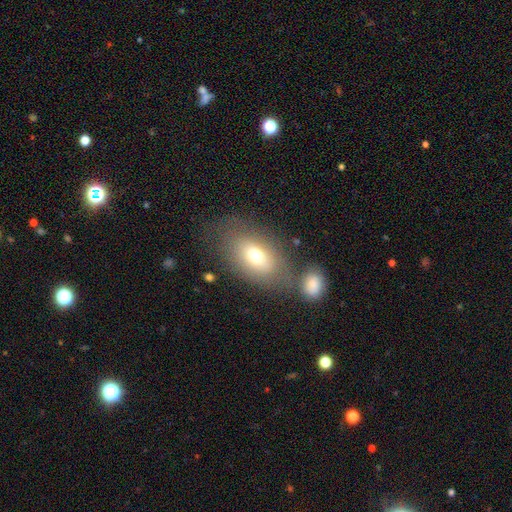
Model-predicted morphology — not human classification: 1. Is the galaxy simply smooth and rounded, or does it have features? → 70% smooth, 21% featured or disk, 9% star or artifact.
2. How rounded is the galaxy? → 86% in between, 12% round, 2% cigar-shaped.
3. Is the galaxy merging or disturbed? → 56% none, 20% merger, 16% minor disturbance, 9% major disturbance.